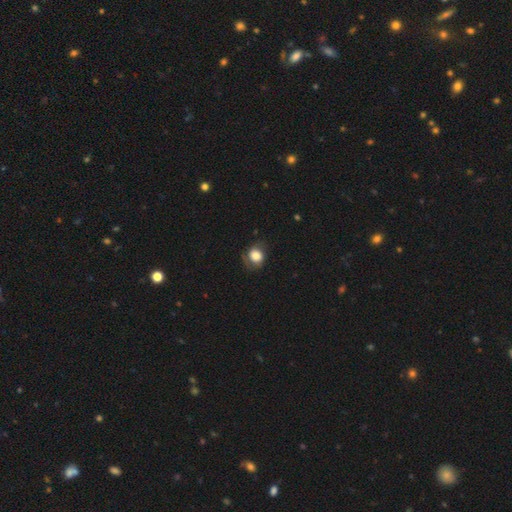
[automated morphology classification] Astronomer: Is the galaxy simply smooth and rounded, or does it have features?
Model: smooth — 70%.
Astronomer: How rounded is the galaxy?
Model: round — 64%.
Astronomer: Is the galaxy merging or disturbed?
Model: none — 60%.